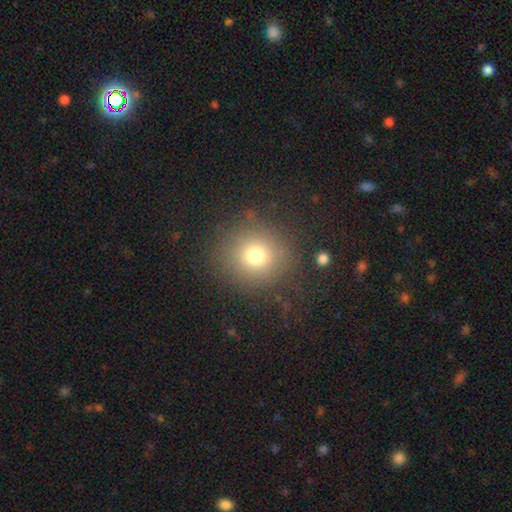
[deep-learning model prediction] This appears to be a smooth galaxy with no disk features (75%) that is round (89%). Merging: none (84%).